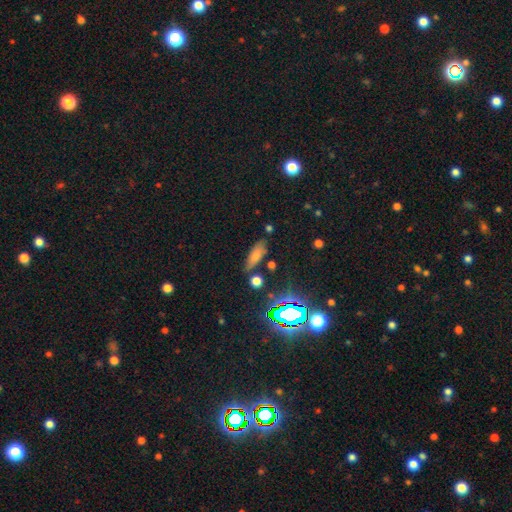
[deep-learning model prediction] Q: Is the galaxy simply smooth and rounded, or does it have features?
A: smooth — 68%.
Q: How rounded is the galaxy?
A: in between — 61%.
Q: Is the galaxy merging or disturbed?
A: none — 71%.